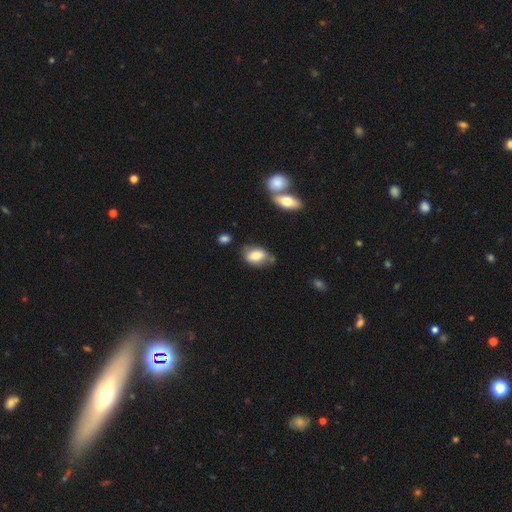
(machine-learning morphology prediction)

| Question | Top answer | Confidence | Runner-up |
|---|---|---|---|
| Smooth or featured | smooth | 74% | featured or disk (18%) |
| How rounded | in between | 84% | round (14%) |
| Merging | none | 59% | minor disturbance (26%) |